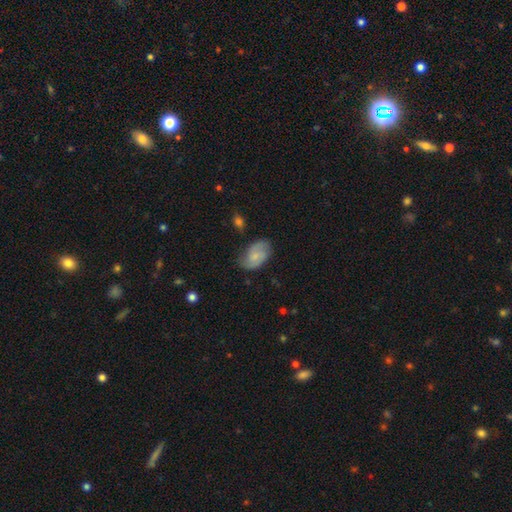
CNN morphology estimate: Q: Smooth or featured?
A: smooth (48%); runner-up: featured or disk (44%)
Q: Merging?
A: none (69%); runner-up: minor disturbance (23%)